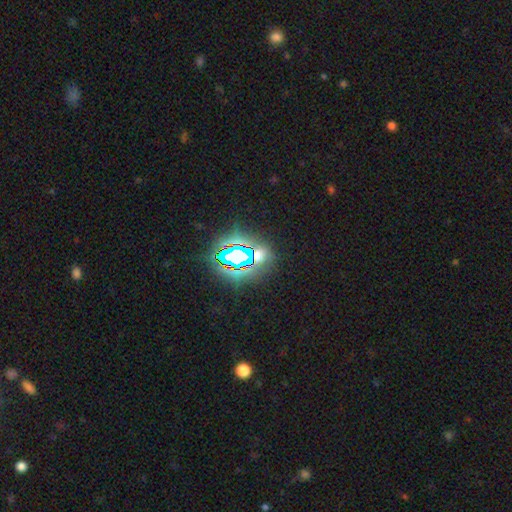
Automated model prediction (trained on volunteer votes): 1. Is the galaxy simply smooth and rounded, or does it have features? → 70% star or artifact, 20% smooth, 10% featured or disk.